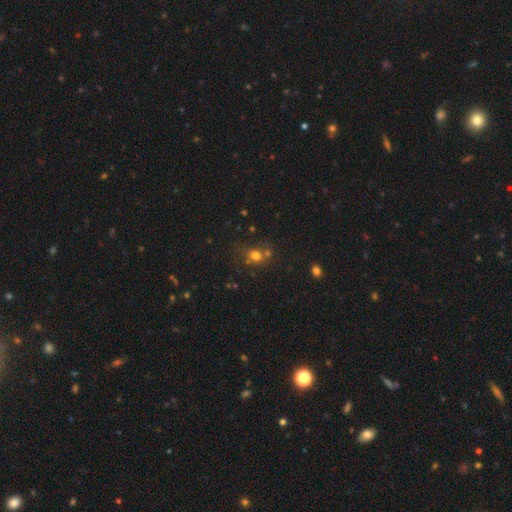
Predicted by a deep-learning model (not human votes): Smooth or featured?
  - smooth: 69% *
  - star or artifact: 20%
  - featured or disk: 10%
How rounded?
  - round: 77% *
  - in between: 21%
  - cigar-shaped: 1%
Merging?
  - none: 54% *
  - merger: 27%
  - minor disturbance: 13%
  - major disturbance: 7%